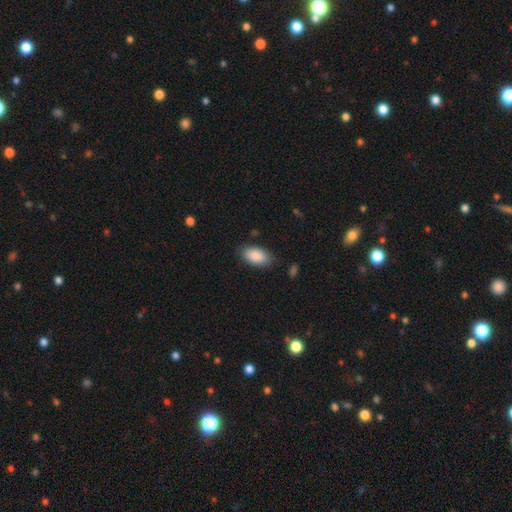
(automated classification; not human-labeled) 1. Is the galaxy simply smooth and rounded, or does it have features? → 88% smooth, 6% star or artifact, 6% featured or disk.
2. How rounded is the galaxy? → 94% in between, 4% round, 3% cigar-shaped.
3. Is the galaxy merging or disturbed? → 82% none, 13% minor disturbance, 3% major disturbance, 2% merger.